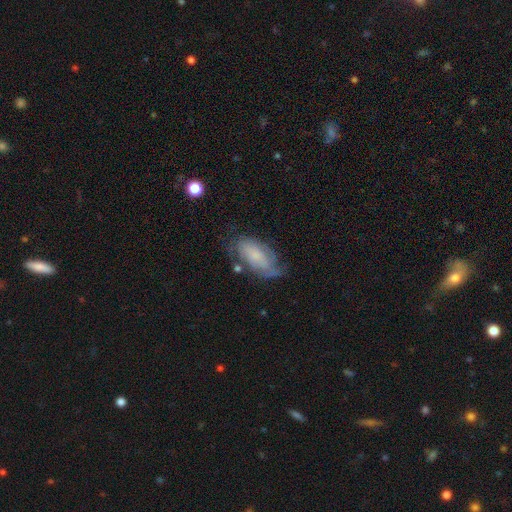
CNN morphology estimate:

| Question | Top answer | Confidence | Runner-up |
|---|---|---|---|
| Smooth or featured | featured or disk | 49% | smooth (43%) |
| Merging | none | 54% | minor disturbance (28%) |